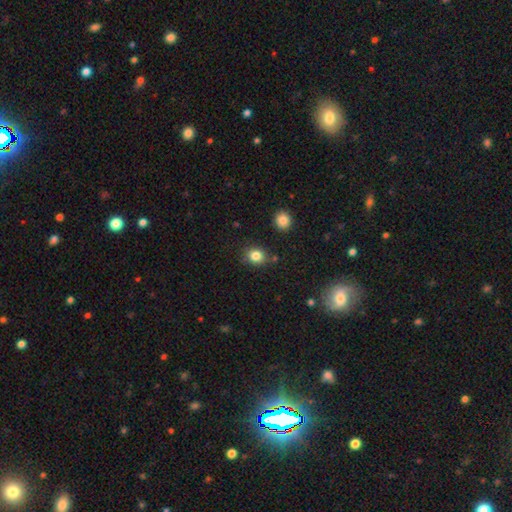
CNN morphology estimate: smooth 83%, star or artifact 11%, featured or disk 6%. Down the decision tree: how rounded — round (68%); merging — none (81%).